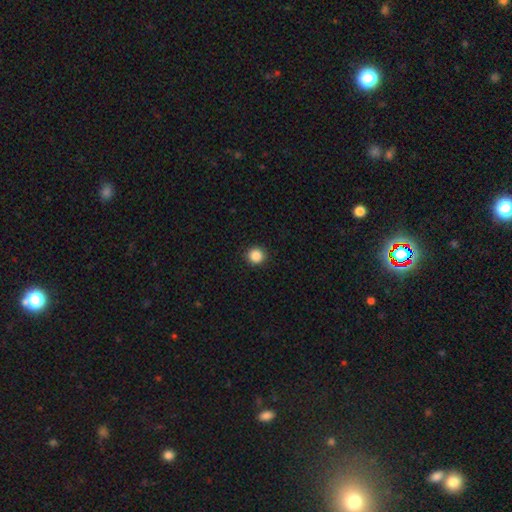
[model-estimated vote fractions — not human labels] smooth-or-featured: smooth: 87% | star or artifact: 10% | featured or disk: 3%
  how-rounded: round: 94% | in between: 5% | cigar-shaped: 1%
  merging: none: 93% | minor disturbance: 4% | major disturbance: 2% | merger: 1%